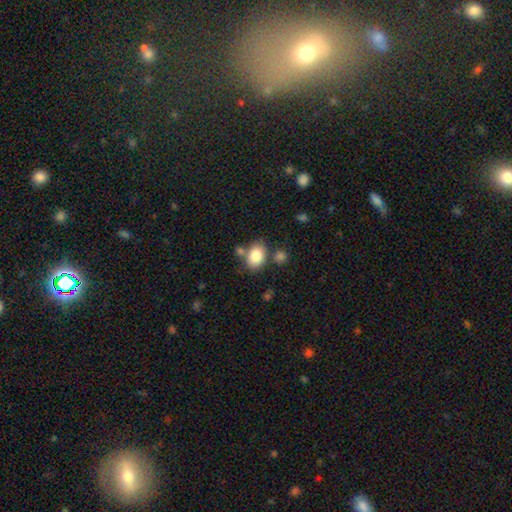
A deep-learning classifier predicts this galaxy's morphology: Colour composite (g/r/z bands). It shows a smooth galaxy with no disk features (82%) that is in between round and cigar-shaped (73%). Merging: none (67%).